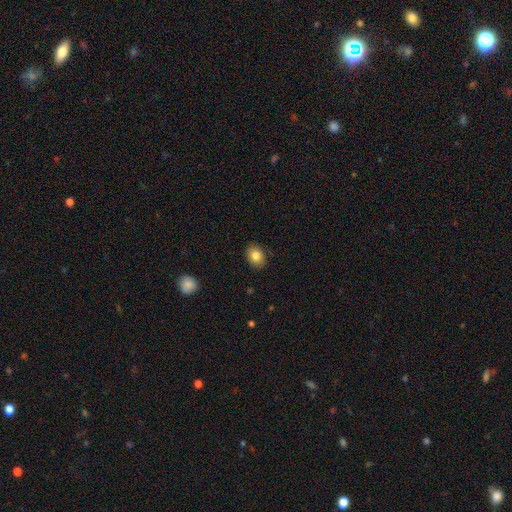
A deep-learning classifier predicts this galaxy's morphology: Overall: smooth (83%). How rounded: in between (53%; round 47%). Merging: none (88%).